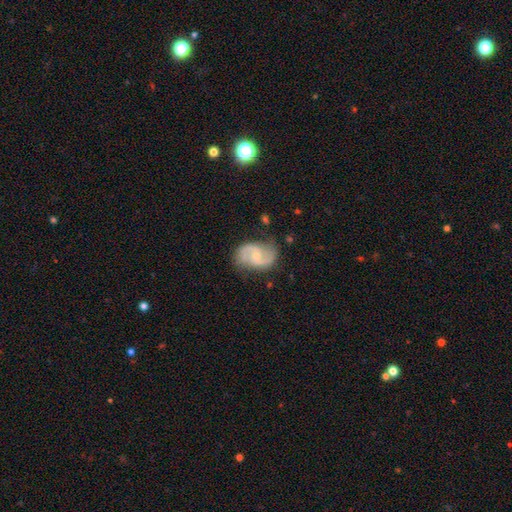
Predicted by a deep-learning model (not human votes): The model was most divided on "bar": no: 52%, weak: 41%, strong: 7%. More confident: edge-on disk — no (98%); spiral arms — yes (97%); spiral arm count — 2 (92%); smooth or featured — featured or disk (86%); merging — none (75%); bulge size — small (58%); spiral winding — medium (54%).